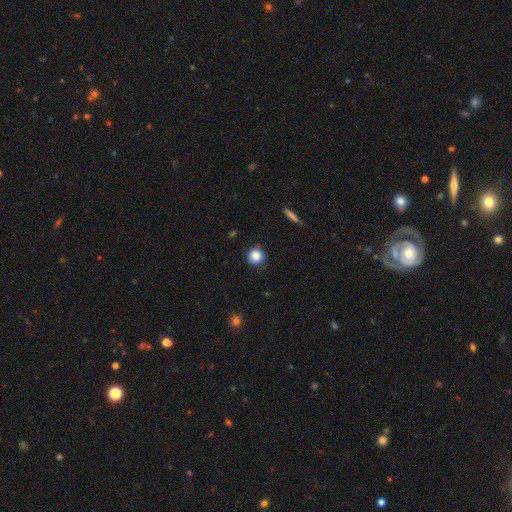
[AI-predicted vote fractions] smooth_or_featured: smooth (p=0.85) [alt: star or artifact p=0.09]
how_rounded: round (p=0.91) [alt: in between p=0.08]
merging: none (p=0.76) [alt: minor disturbance p=0.19]